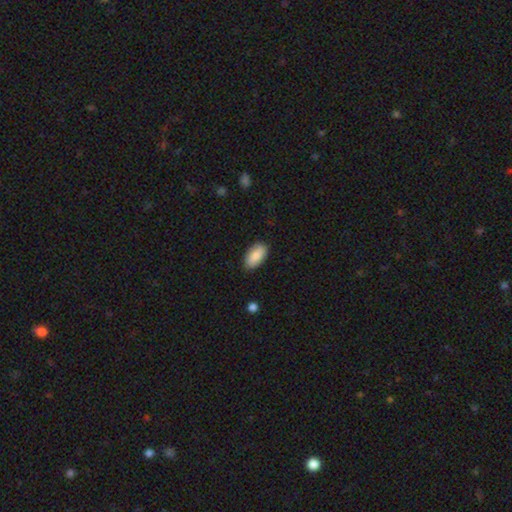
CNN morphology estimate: Overall: smooth (85%). How rounded: in between (94%). Merging: none (85%).